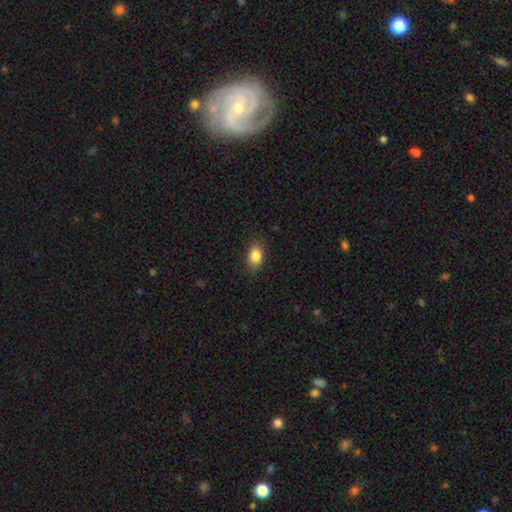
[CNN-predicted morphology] Overall: smooth (85%). How rounded: in between (83%). Merging: none (85%).